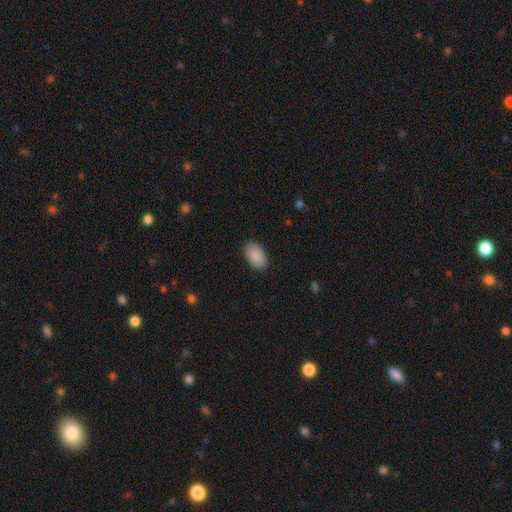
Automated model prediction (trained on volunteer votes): Q: Smooth or featured?
A: smooth (90%); runner-up: star or artifact (6%)
Q: How rounded?
A: in between (93%); runner-up: round (6%)
Q: Merging?
A: none (89%); runner-up: minor disturbance (8%)